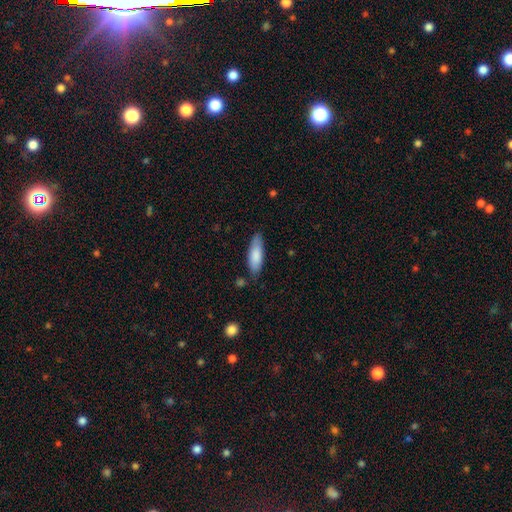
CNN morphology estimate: A smooth galaxy with no disk features (83%) that is in between round and cigar-shaped (58%). Merging: none (79%).